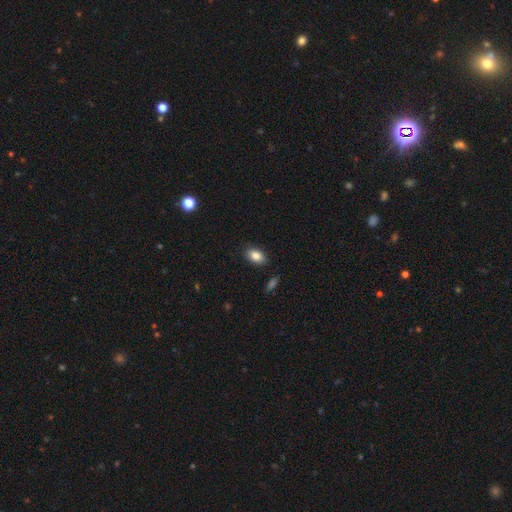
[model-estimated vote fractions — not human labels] A smooth galaxy with no disk features (84%) that is in between round and cigar-shaped (88%).

Vote fractions:
- Smooth or featured? smooth: 84% / star or artifact: 8% / featured or disk: 8%
- How rounded? in between: 88% / round: 10% / cigar-shaped: 2%
- Merging? none: 86% / minor disturbance: 10% / major disturbance: 2% / merger: 2%